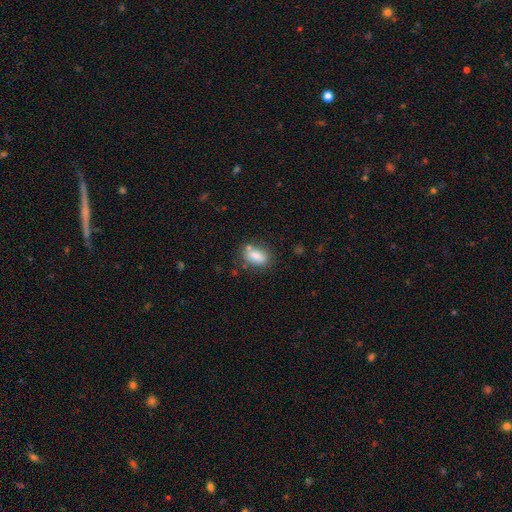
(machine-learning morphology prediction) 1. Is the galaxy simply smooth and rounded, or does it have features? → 81% smooth, 10% featured or disk, 9% star or artifact.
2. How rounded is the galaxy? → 84% in between, 12% round, 4% cigar-shaped.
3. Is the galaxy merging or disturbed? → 67% none, 17% minor disturbance, 10% merger, 5% major disturbance.